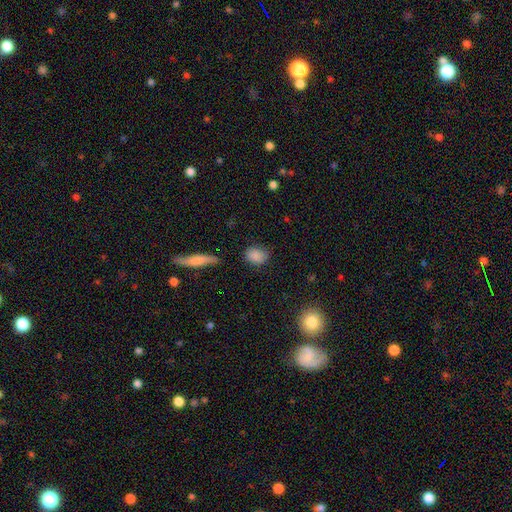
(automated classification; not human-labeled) A smooth galaxy with no disk features (84%) that is in between round and cigar-shaped (54%).

Vote fractions:
- Smooth or featured? smooth: 84% / star or artifact: 9% / featured or disk: 7%
- How rounded? in between: 54% / round: 44% / cigar-shaped: 3%
- Merging? none: 77% / minor disturbance: 16% / major disturbance: 4% / merger: 3%